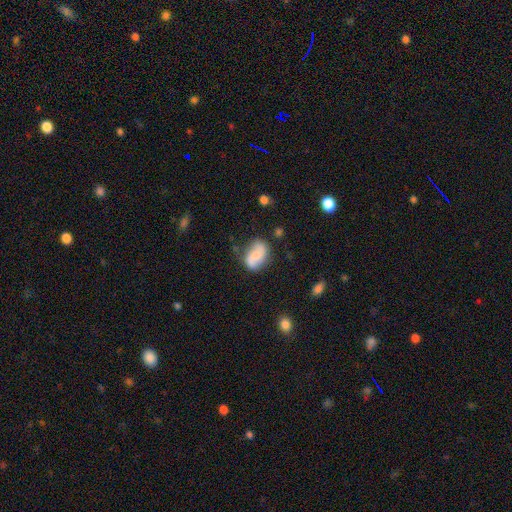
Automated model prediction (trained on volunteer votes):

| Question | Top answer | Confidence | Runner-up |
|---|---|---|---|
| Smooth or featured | featured or disk | 55% | smooth (37%) |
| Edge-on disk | no | 97% | yes (3%) |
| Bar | no | 61% | weak (31%) |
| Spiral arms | yes | 85% | no (15%) |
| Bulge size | moderate | 45% | small (40%) |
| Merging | none | 65% | minor disturbance (23%) |